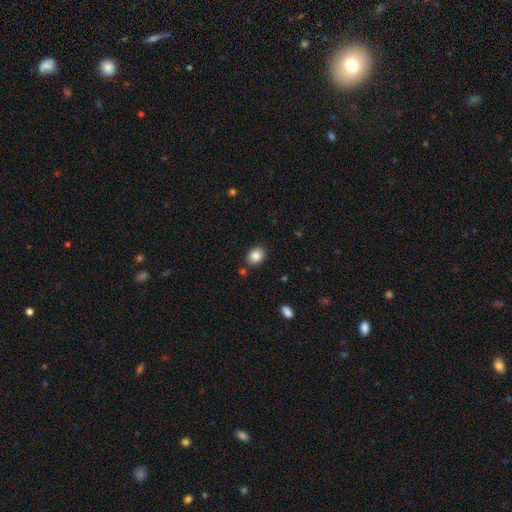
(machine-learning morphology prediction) The model was most divided on "how rounded": in between: 56%, round: 43%, cigar-shaped: 1%. More confident: smooth or featured — smooth (86%); merging — none (84%).